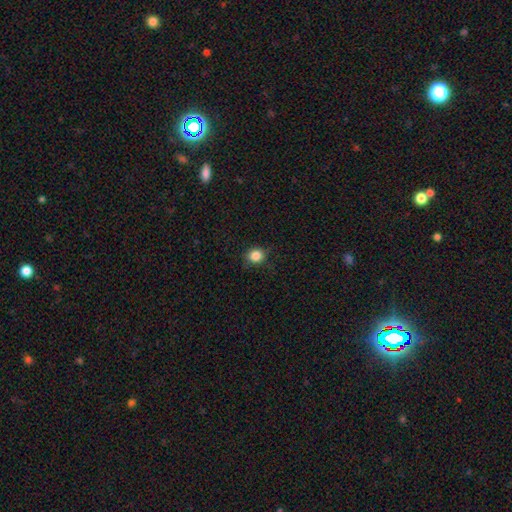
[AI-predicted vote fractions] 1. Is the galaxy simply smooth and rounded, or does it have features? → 85% smooth, 11% star or artifact, 4% featured or disk.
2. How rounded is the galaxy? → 81% round, 18% in between, 1% cigar-shaped.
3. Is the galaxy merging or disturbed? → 84% none, 13% minor disturbance, 3% major disturbance, 1% merger.